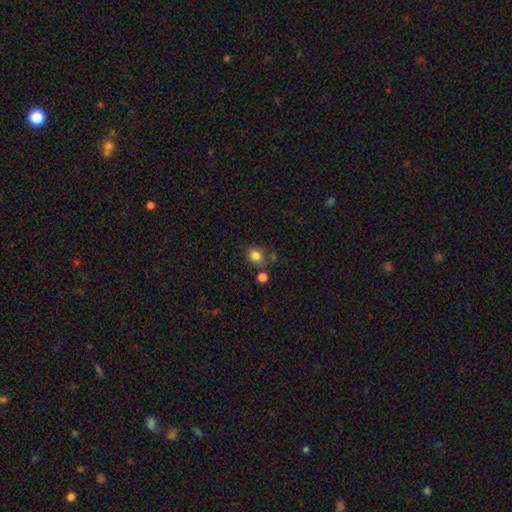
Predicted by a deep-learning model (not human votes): A smooth galaxy with no disk features (82%) that is round (82%). Merging: none (71%).